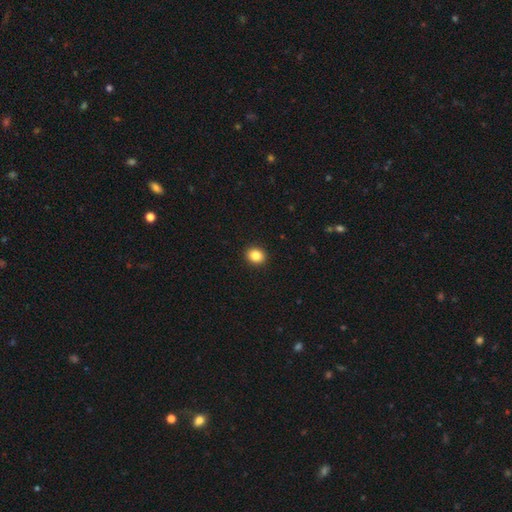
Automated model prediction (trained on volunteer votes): A smooth galaxy with no disk features (84%) that is round (68%). Merging: none (92%).